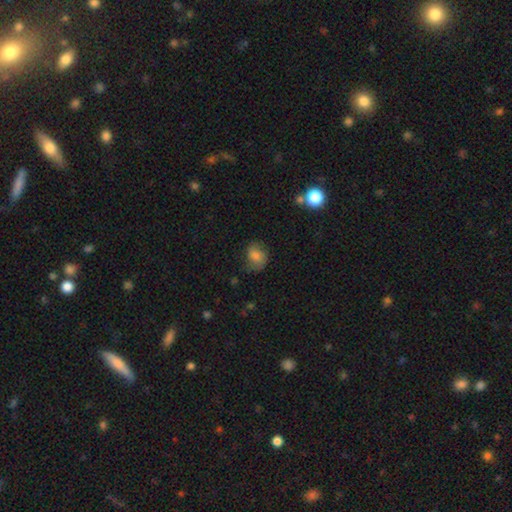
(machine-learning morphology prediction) smooth-or-featured: smooth: 70% | featured or disk: 20% | star or artifact: 10%
  how-rounded: in between: 50% | round: 49% | cigar-shaped: 1%
  merging: none: 62% | minor disturbance: 27% | major disturbance: 10% | merger: 2%